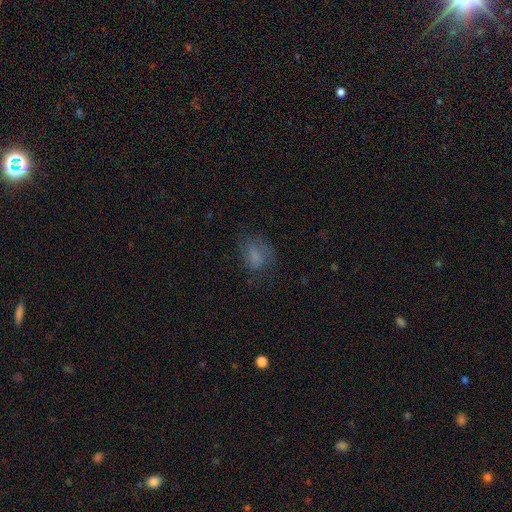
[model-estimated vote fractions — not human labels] Smooth or featured? smooth (63%)
How rounded? in between (70%)
Merging? none (56%)